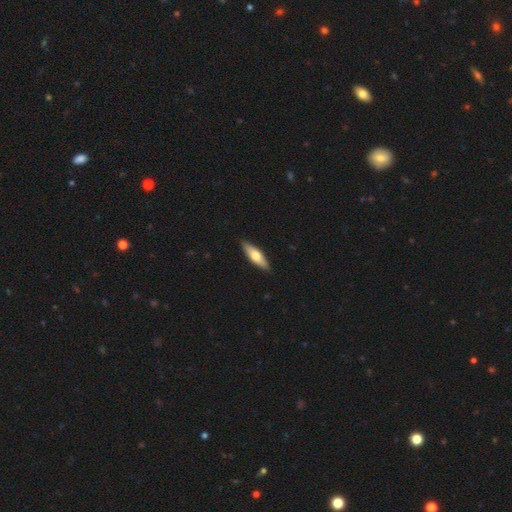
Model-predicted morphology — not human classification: A smooth galaxy with no disk features (59%) that is cigar-shaped (53%).

Vote fractions:
- Smooth or featured? smooth: 59% / featured or disk: 36% / star or artifact: 5%
- How rounded? cigar-shaped: 53% / in between: 45% / round: 2%
- Merging? none: 90% / minor disturbance: 7% / major disturbance: 1% / merger: 1%